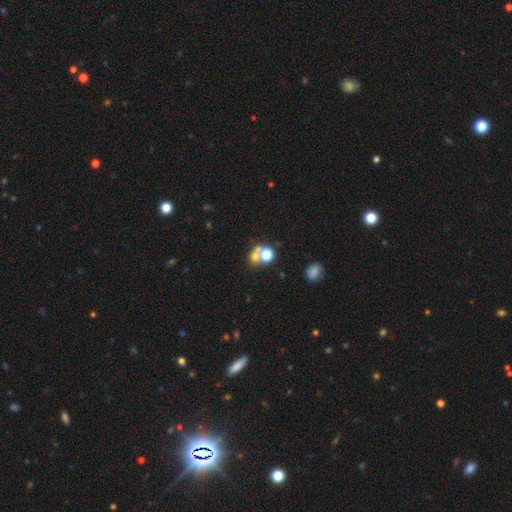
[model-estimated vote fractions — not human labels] Smooth or featured: smooth — 64% (star or artifact — 21%)
How rounded: round — 75% (in between — 24%)
Merging: merger — 48% (none — 41%)